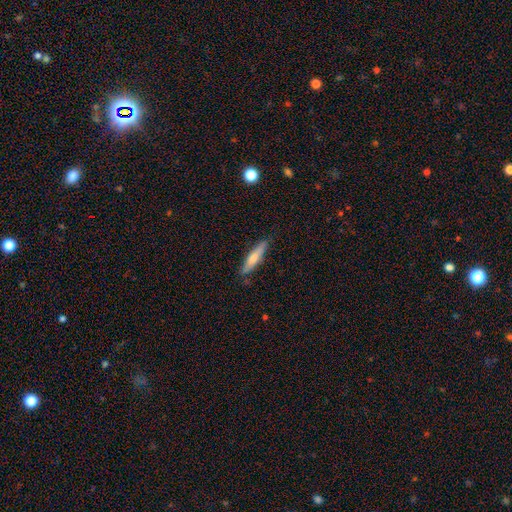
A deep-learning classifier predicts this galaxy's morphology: Smooth or featured: smooth — 51% (featured or disk — 42%)
How rounded: cigar-shaped — 86% (in between — 13%)
Merging: none — 86% (minor disturbance — 11%)